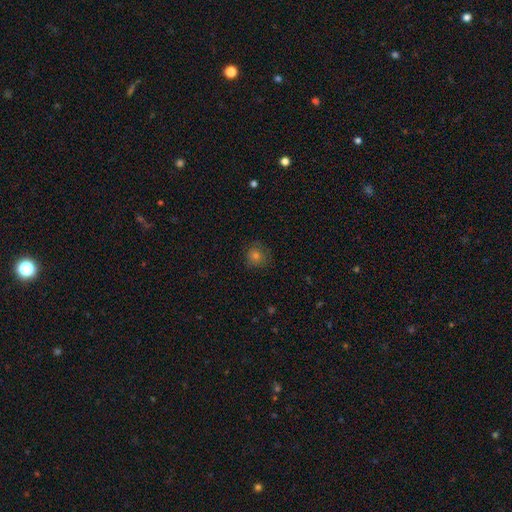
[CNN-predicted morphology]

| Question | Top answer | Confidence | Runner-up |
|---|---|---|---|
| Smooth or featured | smooth | 68% | star or artifact (18%) |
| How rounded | round | 89% | in between (10%) |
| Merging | none | 81% | minor disturbance (14%) |